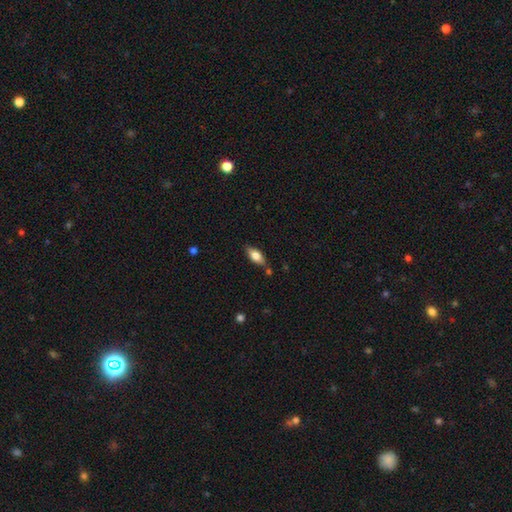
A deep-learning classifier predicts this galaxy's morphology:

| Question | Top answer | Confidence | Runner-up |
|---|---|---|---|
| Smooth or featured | smooth | 70% | featured or disk (23%) |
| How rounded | in between | 81% | cigar-shaped (16%) |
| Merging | none | 74% | minor disturbance (16%) |